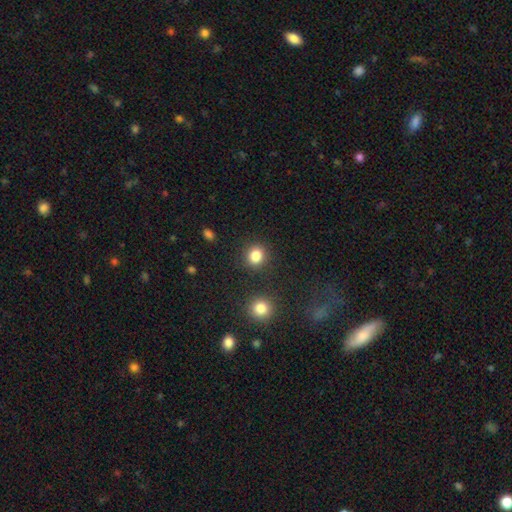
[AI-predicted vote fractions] A smooth galaxy with no disk features (83%) that is round (79%). Merging: none (87%).